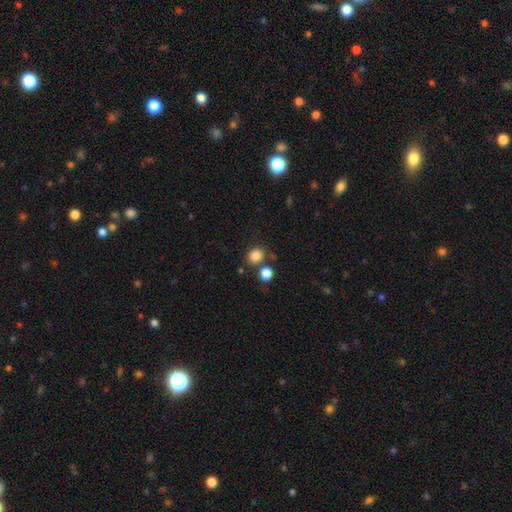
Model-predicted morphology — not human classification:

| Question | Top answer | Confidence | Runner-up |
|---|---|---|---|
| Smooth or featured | smooth | 83% | star or artifact (12%) |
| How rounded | round | 78% | in between (21%) |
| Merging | none | 73% | merger (14%) |